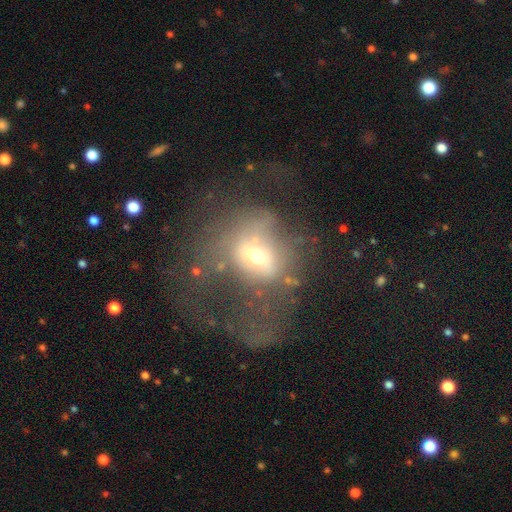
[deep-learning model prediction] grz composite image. It shows a featured or disk galaxy (44%). Merging: major disturbance (59%).